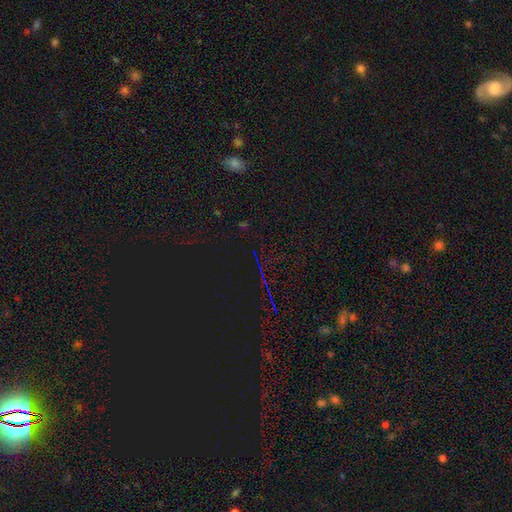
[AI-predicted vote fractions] Overall: star or artifact (81%).